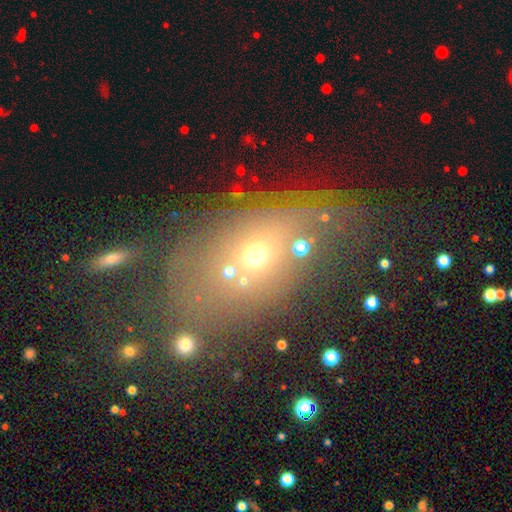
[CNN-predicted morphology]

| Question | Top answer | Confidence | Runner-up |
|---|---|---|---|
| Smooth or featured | smooth | 48% | featured or disk (27%) |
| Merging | none | 46% | major disturbance (20%) |